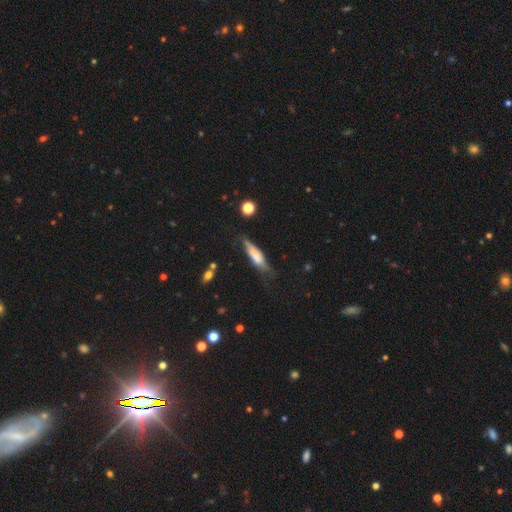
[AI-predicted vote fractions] Smooth or featured: smooth — 57% (featured or disk — 36%)
How rounded: cigar-shaped — 66% (in between — 32%)
Merging: none — 50% (minor disturbance — 32%)